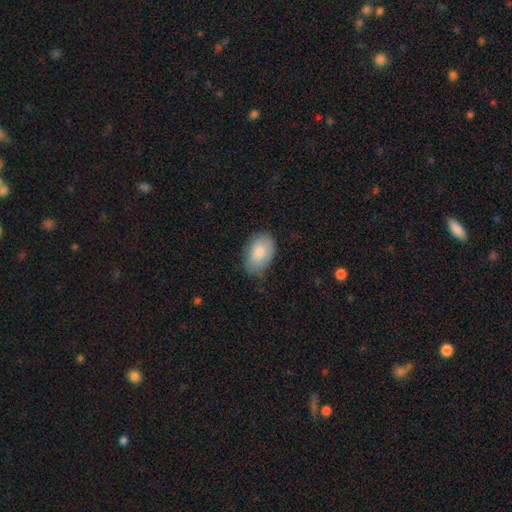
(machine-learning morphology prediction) type=smooth (81%); roundness=in between (88%); merging=none (66%).